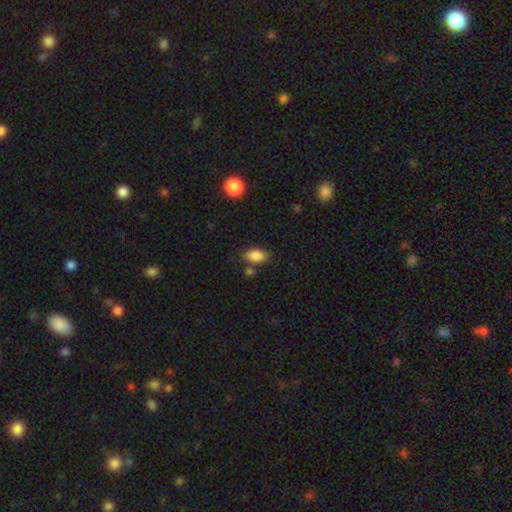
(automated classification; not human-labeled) A smooth galaxy with no disk features (86%) that is in between round and cigar-shaped (88%).

Vote fractions:
- Smooth or featured? smooth: 86% / star or artifact: 8% / featured or disk: 6%
- How rounded? in between: 88% / round: 9% / cigar-shaped: 3%
- Merging? none: 70% / minor disturbance: 18% / merger: 8% / major disturbance: 4%